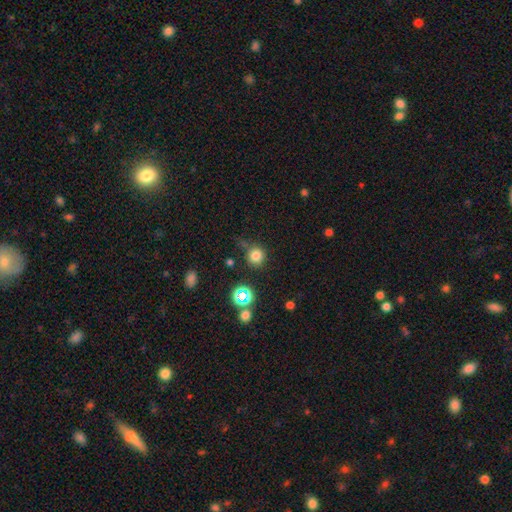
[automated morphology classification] smooth-or-featured: smooth: 75% | star or artifact: 19% | featured or disk: 6%
  how-rounded: round: 93% | in between: 6% | cigar-shaped: 1%
  merging: none: 74% | minor disturbance: 15% | merger: 6% | major disturbance: 5%